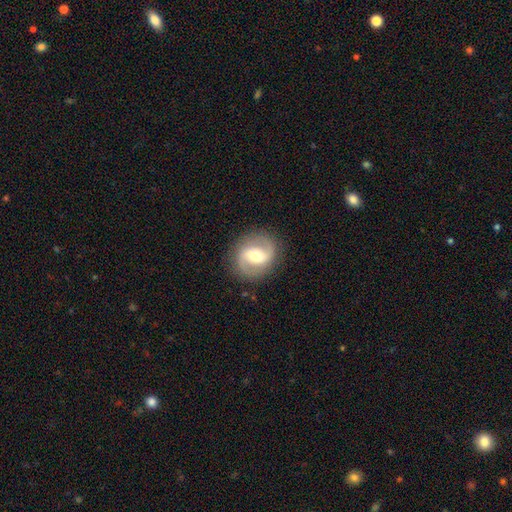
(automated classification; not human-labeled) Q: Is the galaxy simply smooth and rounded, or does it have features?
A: featured or disk — 77%.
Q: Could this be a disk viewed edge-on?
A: no — 97%.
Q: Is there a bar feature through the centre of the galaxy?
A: weak — 47%.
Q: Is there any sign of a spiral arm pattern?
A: yes — 89%.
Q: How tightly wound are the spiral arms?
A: medium — 48%.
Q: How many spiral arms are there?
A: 2 — 91%.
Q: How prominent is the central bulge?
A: moderate — 65%.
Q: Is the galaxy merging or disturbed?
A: none — 86%.